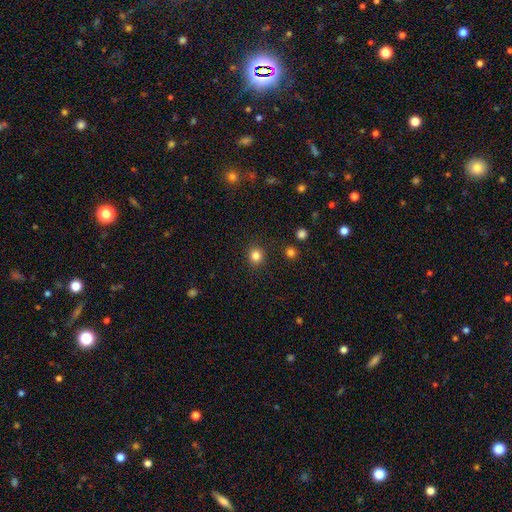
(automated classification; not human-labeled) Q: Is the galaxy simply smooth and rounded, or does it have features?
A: smooth — 83%.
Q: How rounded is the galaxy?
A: round — 87%.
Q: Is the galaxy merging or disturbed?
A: none — 90%.